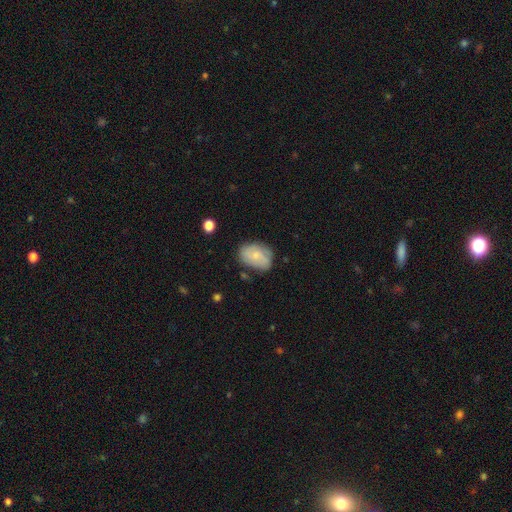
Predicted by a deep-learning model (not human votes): Smooth or featured?
  - smooth: 65% *
  - featured or disk: 27%
  - star or artifact: 7%
How rounded?
  - in between: 80% *
  - round: 19%
  - cigar-shaped: 1%
Merging?
  - none: 64% *
  - minor disturbance: 26%
  - major disturbance: 7%
  - merger: 3%